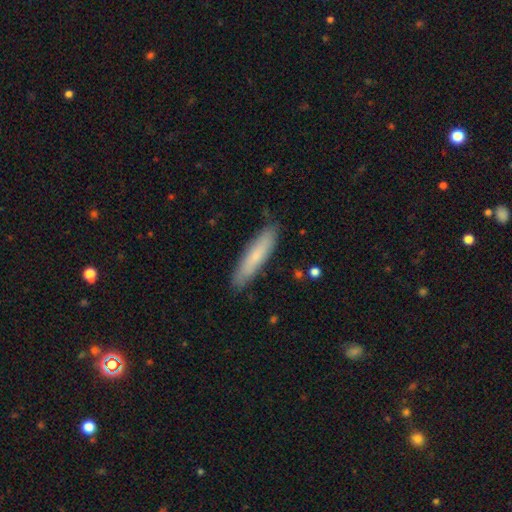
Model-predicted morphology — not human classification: Smooth or featured?
  - smooth: 73% *
  - featured or disk: 22%
  - star or artifact: 6%
How rounded?
  - cigar-shaped: 85% *
  - in between: 14%
  - round: 1%
Merging?
  - none: 87% *
  - minor disturbance: 10%
  - major disturbance: 2%
  - merger: 1%